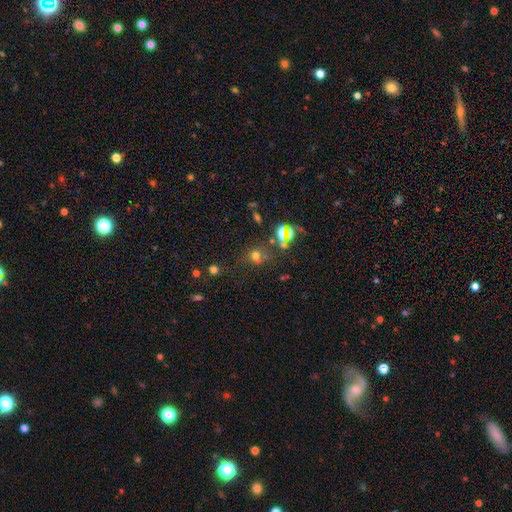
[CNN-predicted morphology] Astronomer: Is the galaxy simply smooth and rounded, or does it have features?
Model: smooth — 58%.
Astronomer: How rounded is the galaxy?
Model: round — 77%.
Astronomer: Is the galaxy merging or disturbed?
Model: none — 63%.